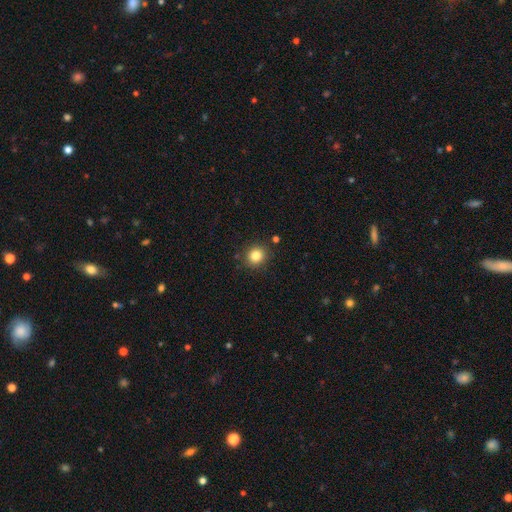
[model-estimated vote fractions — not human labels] This is clearly a smooth galaxy (83%). How rounded: clearly round (85%). Merging: clearly none (87%).